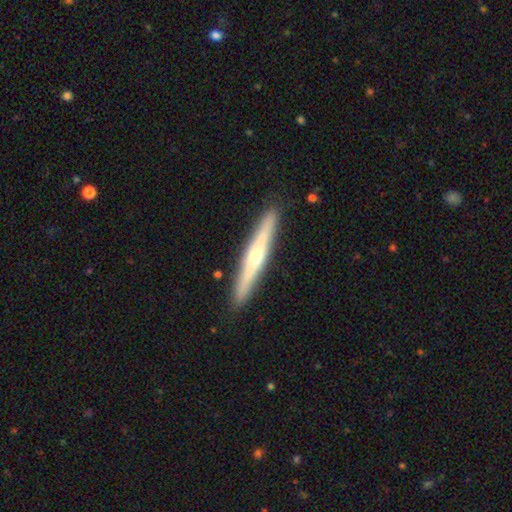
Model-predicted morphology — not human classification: The model was most divided on "smooth or featured": featured or disk: 62%, smooth: 33%, star or artifact: 5%. More confident: edge-on disk — yes (95%); merging — none (91%); edge-on bulge — rounded (81%).